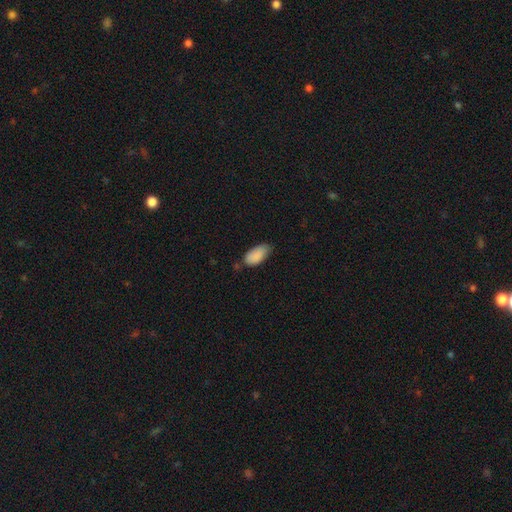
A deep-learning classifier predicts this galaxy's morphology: Smooth or featured: smooth — 89% (star or artifact — 7%)
How rounded: in between — 93% (cigar-shaped — 4%)
Merging: none — 61% (minor disturbance — 31%)